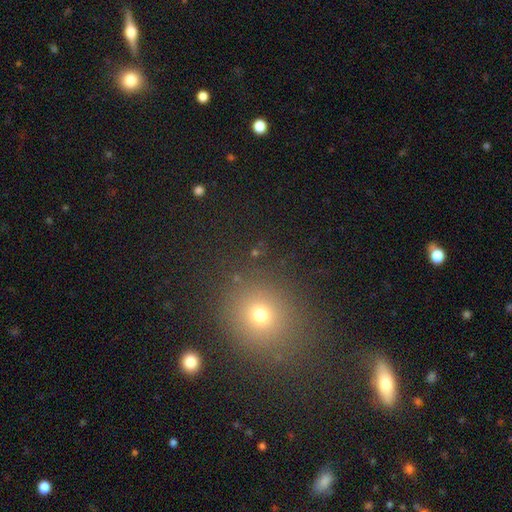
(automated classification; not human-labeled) A smooth galaxy with no disk features (58%) that is round (82%).

Vote fractions:
- Smooth or featured? smooth: 58% / star or artifact: 33% / featured or disk: 9%
- How rounded? round: 82% / in between: 16% / cigar-shaped: 2%
- Merging? none: 84% / minor disturbance: 8% / major disturbance: 4% / merger: 4%